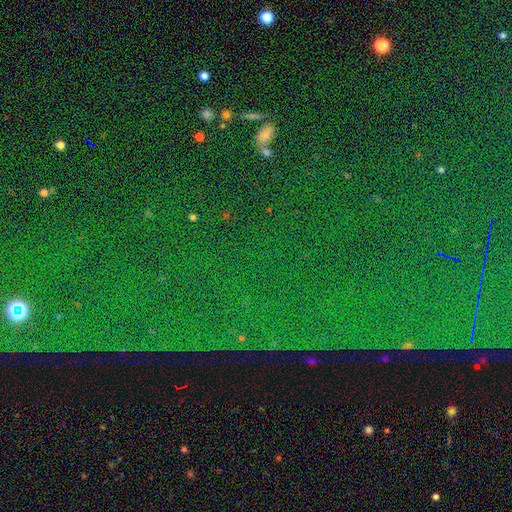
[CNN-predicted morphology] Overall: star or artifact (86%).